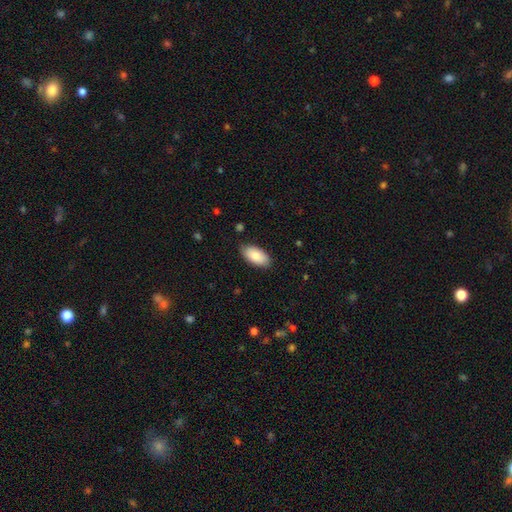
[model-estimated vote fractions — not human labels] smooth 84%, featured or disk 10%, star or artifact 6%. Down the decision tree: how rounded — in between (95%); merging — none (83%).